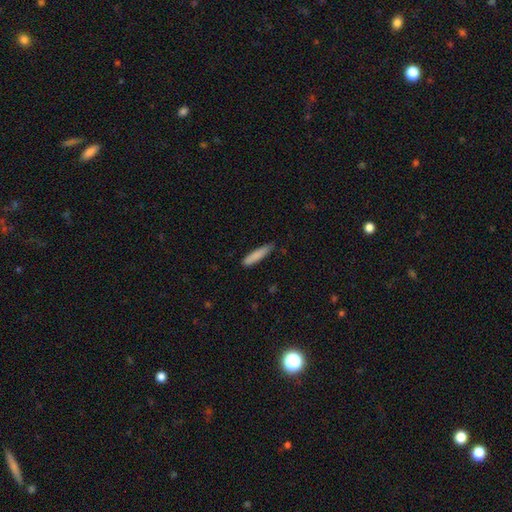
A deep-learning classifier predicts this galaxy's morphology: Smooth or featured? Predicted: smooth (p=0.84). How rounded? Predicted: cigar-shaped (p=0.86). Merging? Predicted: none (p=0.78).